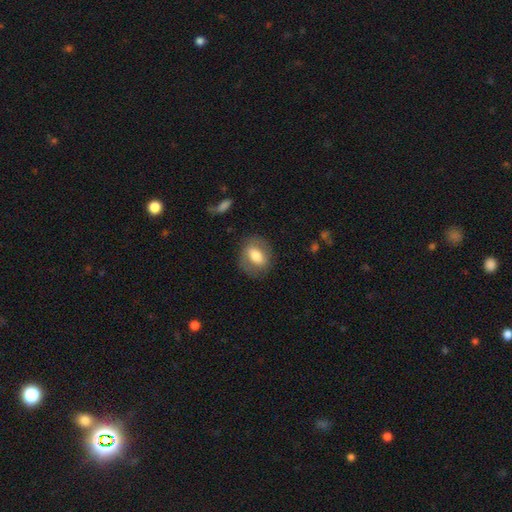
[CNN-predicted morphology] Q: Smooth or featured?
A: smooth (63%); runner-up: featured or disk (30%)
Q: How rounded?
A: in between (68%); runner-up: round (29%)
Q: Merging?
A: none (79%); runner-up: minor disturbance (14%)